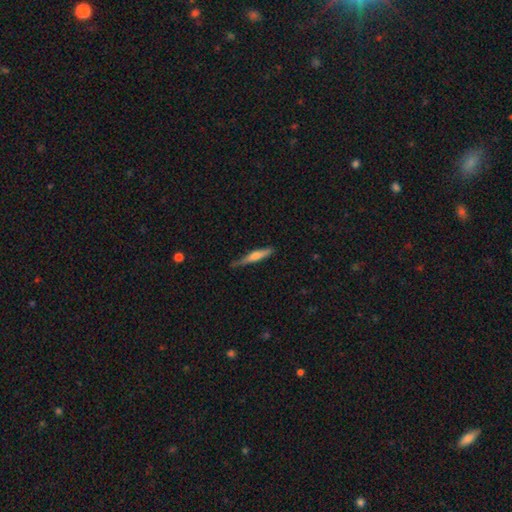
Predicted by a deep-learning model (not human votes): Smooth or featured?
  - featured or disk: 48% *
  - smooth: 46%
  - star or artifact: 6%
Merging?
  - none: 75% *
  - minor disturbance: 20%
  - major disturbance: 4%
  - merger: 2%